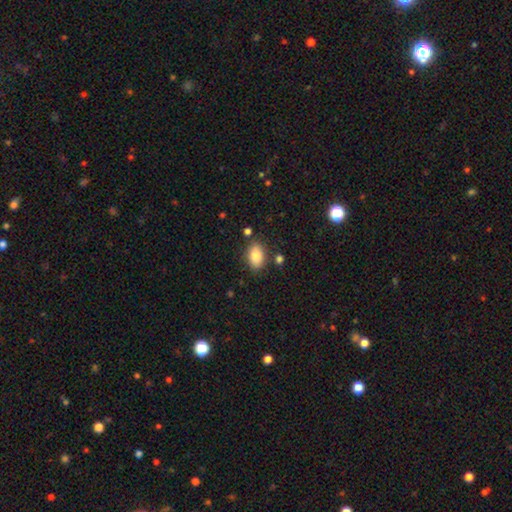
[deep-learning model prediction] Smooth or featured: smooth — 86% (star or artifact — 8%)
How rounded: in between — 90% (round — 8%)
Merging: none — 80% (minor disturbance — 12%)